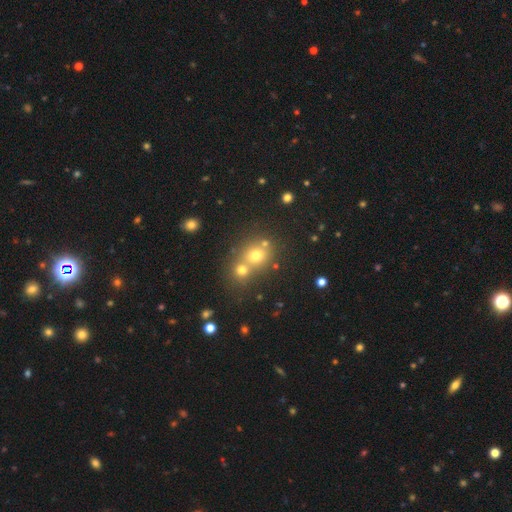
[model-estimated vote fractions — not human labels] Morphology: type=smooth (63%); roundness=round (79%); merging=merger (48%).